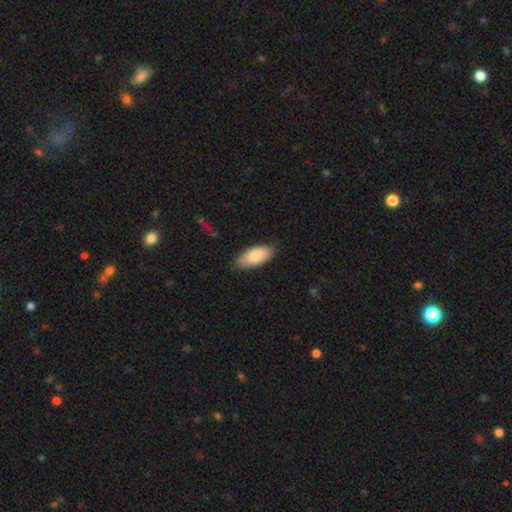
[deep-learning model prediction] smooth-or-featured: smooth: 84% | featured or disk: 10% | star or artifact: 6%
  how-rounded: in between: 88% | cigar-shaped: 10% | round: 2%
  merging: none: 79% | minor disturbance: 17% | major disturbance: 3% | merger: 1%